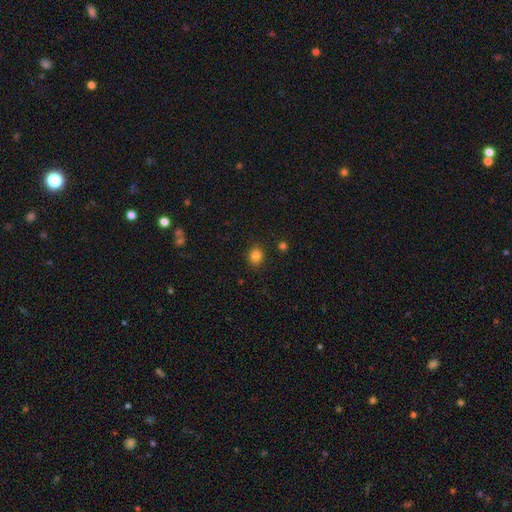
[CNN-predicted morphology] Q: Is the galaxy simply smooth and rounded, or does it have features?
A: smooth — 83%.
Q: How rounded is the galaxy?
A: round — 70%.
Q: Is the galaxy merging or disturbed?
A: none — 88%.